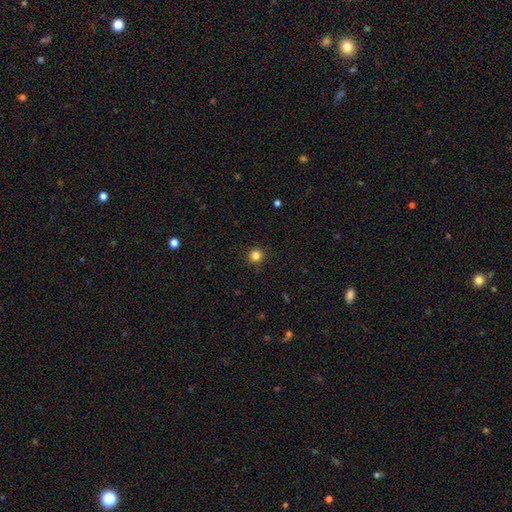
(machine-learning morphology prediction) This appears to be a smooth galaxy with no disk features (84%) that is round (95%). Merging: none (91%).